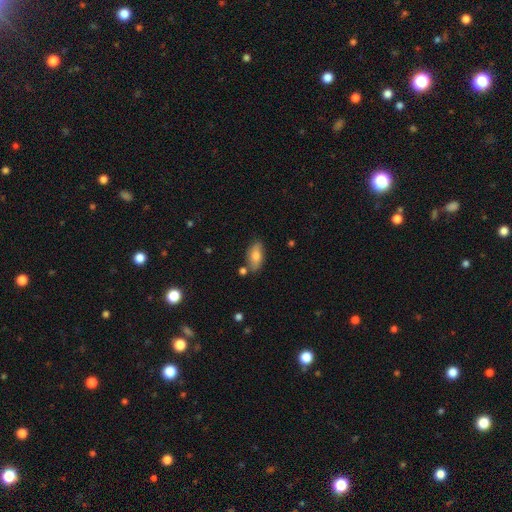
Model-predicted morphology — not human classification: type=smooth (73%); roundness=in between (87%); merging=none (75%).